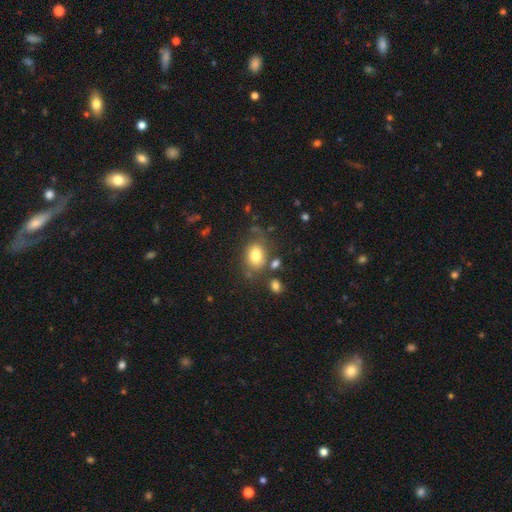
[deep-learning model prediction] smooth 78%, featured or disk 13%, star or artifact 10%. Down the decision tree: how rounded — in between (75%); merging — none (59%).